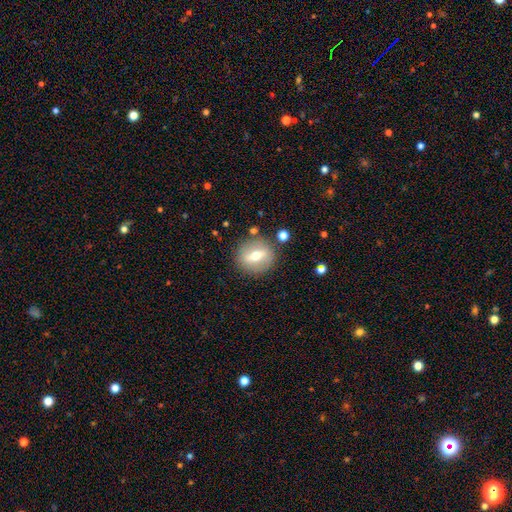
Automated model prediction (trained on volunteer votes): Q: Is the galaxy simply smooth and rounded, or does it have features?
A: smooth — 46%, tied with featured or disk.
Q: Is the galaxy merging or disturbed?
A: none — 85%.